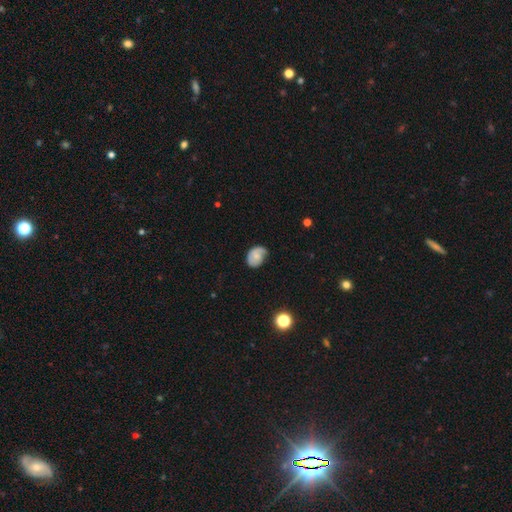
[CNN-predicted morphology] A smooth galaxy with no disk features (53%) that is in between round and cigar-shaped (67%).

Vote fractions:
- Smooth or featured? smooth: 53% / featured or disk: 39% / star or artifact: 8%
- How rounded? in between: 67% / round: 32% / cigar-shaped: 1%
- Merging? none: 53% / minor disturbance: 34% / major disturbance: 11% / merger: 2%